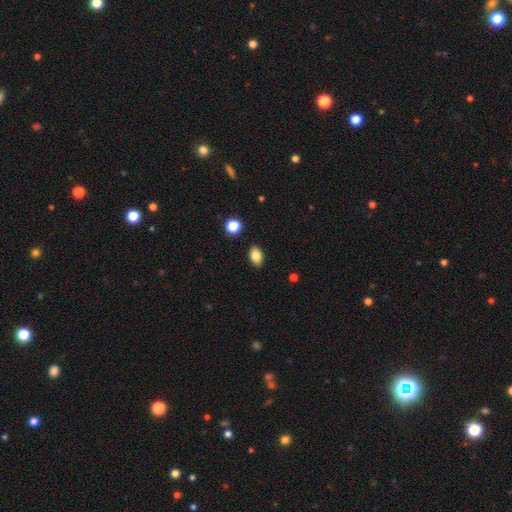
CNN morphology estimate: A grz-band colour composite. It shows a smooth galaxy with no disk features (86%) that is in between round and cigar-shaped (84%). Merging: none (89%).